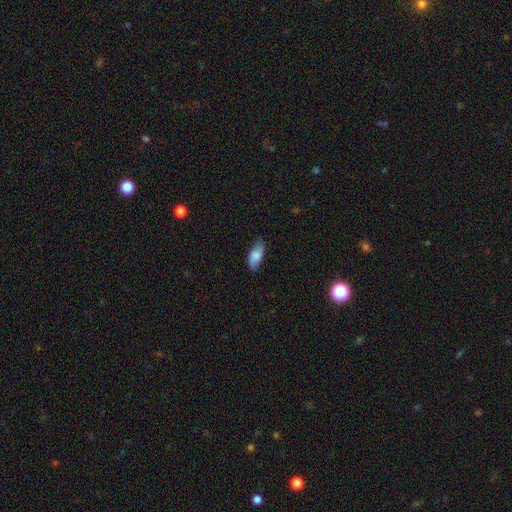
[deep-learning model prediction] This is likely a smooth galaxy (74%). How rounded: clearly in between (85%). Merging: likely none (76%).